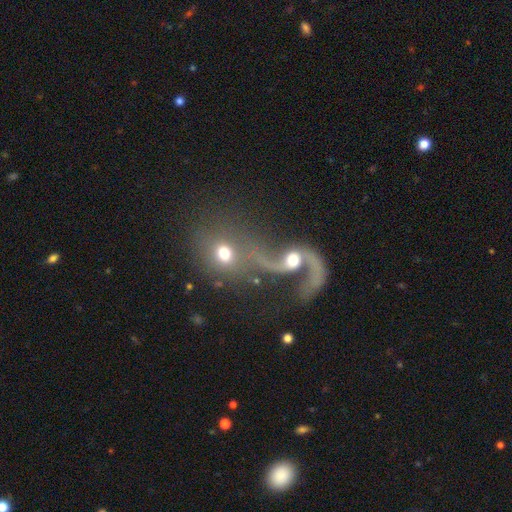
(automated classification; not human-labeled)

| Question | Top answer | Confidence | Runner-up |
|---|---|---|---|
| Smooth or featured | featured or disk | 58% | smooth (29%) |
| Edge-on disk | no | 94% | yes (6%) |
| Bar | no | 61% | weak (29%) |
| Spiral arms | yes | 70% | no (30%) |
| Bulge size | moderate | 50% | small (31%) |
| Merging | merger | 59% | none (18%) |